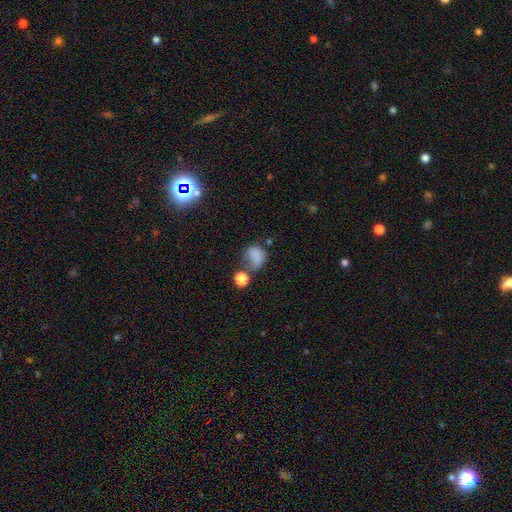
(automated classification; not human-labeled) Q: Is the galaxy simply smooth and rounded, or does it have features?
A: smooth — 73%.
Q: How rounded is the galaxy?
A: in between — 55%.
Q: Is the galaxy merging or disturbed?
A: none — 31%.